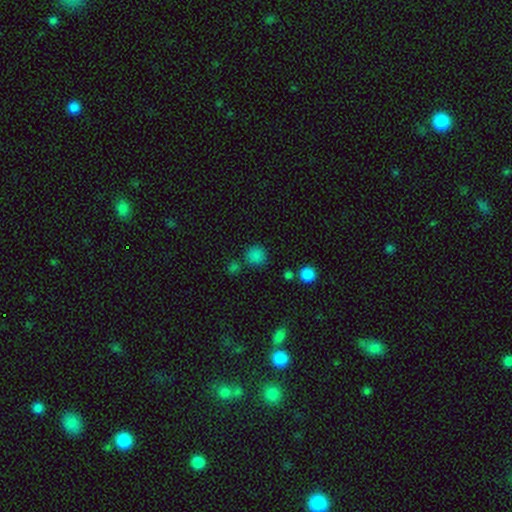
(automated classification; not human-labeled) Smooth or featured? Predicted: smooth (p=0.80). How rounded? Predicted: round (p=0.90). Merging? Predicted: none (p=0.74).